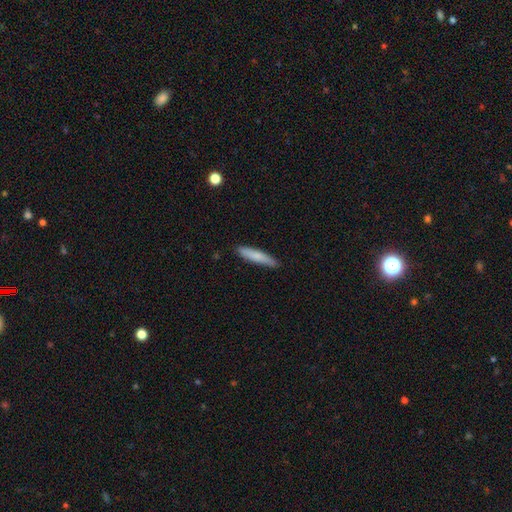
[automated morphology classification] This is likely a smooth galaxy (77%). How rounded: clearly cigar-shaped (88%). Merging: clearly none (88%).